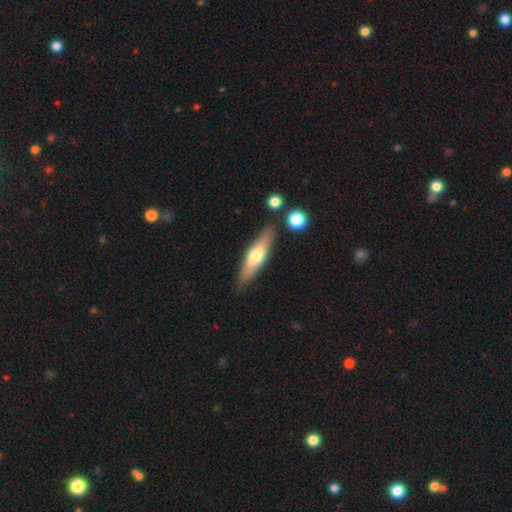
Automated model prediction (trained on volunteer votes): smooth-or-featured: smooth: 52% | featured or disk: 43% | star or artifact: 6%
  how-rounded: cigar-shaped: 71% | in between: 27% | round: 2%
  merging: none: 83% | minor disturbance: 10% | merger: 4% | major disturbance: 2%